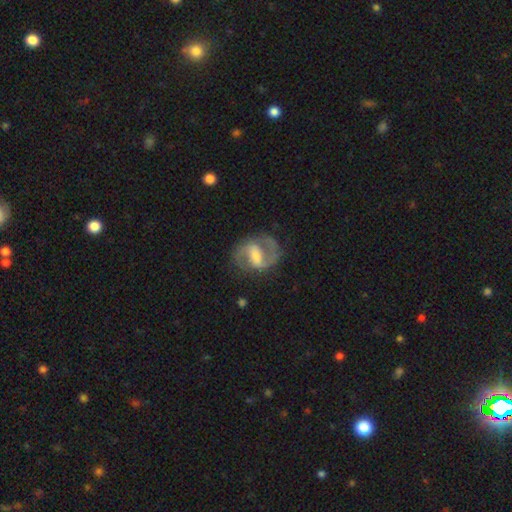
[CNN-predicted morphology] Overall: featured or disk (85%). Edge-on disk: no (98%). Bar: weak (45%; strong 39%). Spiral arms: yes (94%). Spiral arm count: 2 (91%). Spiral winding: medium (58%; loose 25%). Bulge size: small (45%; moderate 40%). Merging: none (75%).